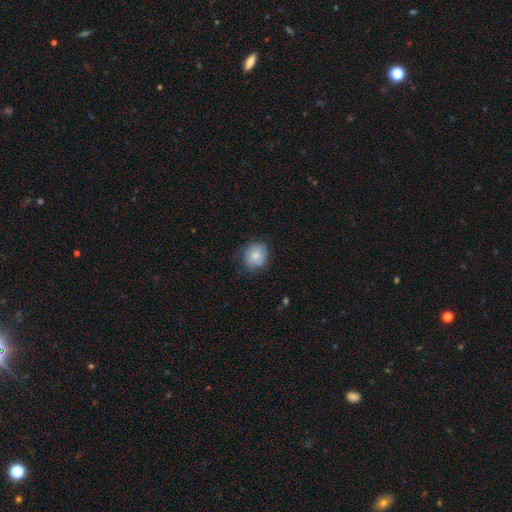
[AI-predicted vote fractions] Q: Smooth or featured?
A: smooth (80%); runner-up: featured or disk (12%)
Q: How rounded?
A: round (78%); runner-up: in between (21%)
Q: Merging?
A: none (73%); runner-up: minor disturbance (21%)